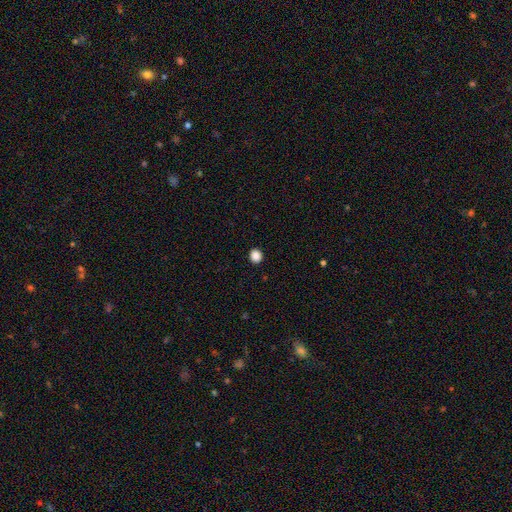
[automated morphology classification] Smooth or featured? smooth (87%)
How rounded? round (79%)
Merging? none (92%)